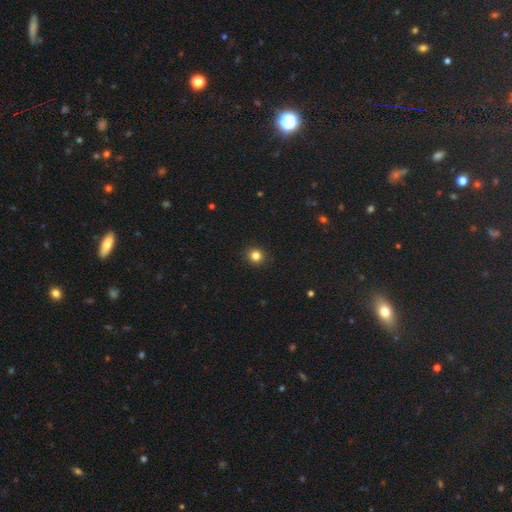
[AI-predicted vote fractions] smooth-or-featured: smooth: 83% | star or artifact: 12% | featured or disk: 4%
  how-rounded: round: 91% | in between: 8% | cigar-shaped: 1%
  merging: none: 93% | minor disturbance: 5% | major disturbance: 2% | merger: 1%